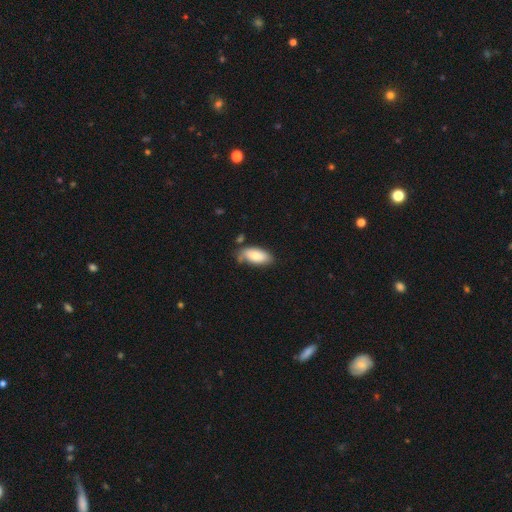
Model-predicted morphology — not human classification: smooth_or_featured: smooth (p=0.78) [alt: featured or disk p=0.15]
how_rounded: in between (p=0.91) [alt: cigar-shaped p=0.06]
merging: none (p=0.57) [alt: minor disturbance p=0.30]